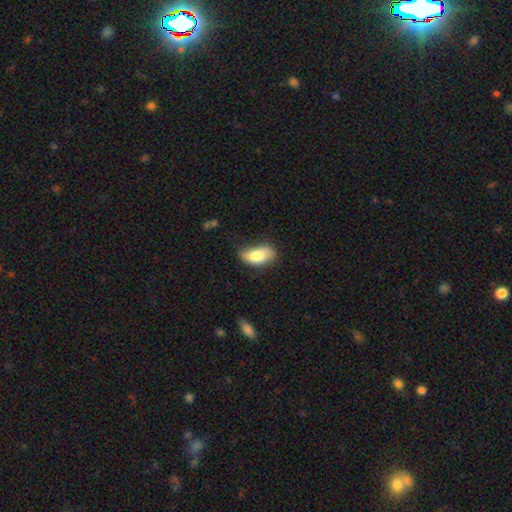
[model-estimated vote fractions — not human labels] Smooth or featured?
  - smooth: 82% *
  - featured or disk: 11%
  - star or artifact: 7%
How rounded?
  - in between: 92% *
  - cigar-shaped: 4%
  - round: 4%
Merging?
  - none: 47% *
  - minor disturbance: 37%
  - major disturbance: 12%
  - merger: 4%